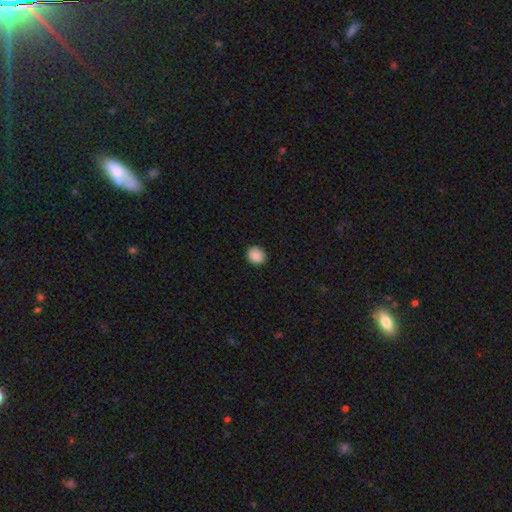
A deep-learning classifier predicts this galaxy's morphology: Q: Smooth or featured?
A: smooth (89%); runner-up: star or artifact (9%)
Q: How rounded?
A: round (66%); runner-up: in between (33%)
Q: Merging?
A: none (91%); runner-up: minor disturbance (7%)